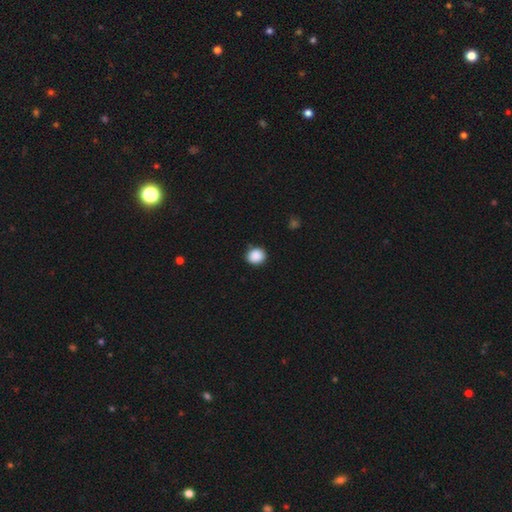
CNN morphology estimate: Overall: smooth (88%). How rounded: round (79%). Merging: none (87%).